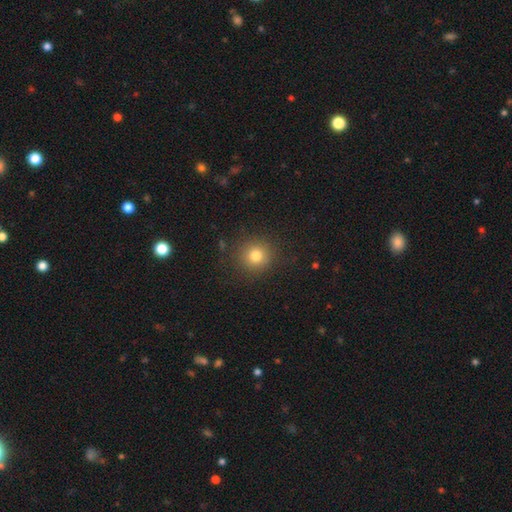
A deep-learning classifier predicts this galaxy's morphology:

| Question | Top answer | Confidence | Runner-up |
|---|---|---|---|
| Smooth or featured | smooth | 79% | star or artifact (13%) |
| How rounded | round | 92% | in between (7%) |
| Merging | none | 88% | minor disturbance (7%) |